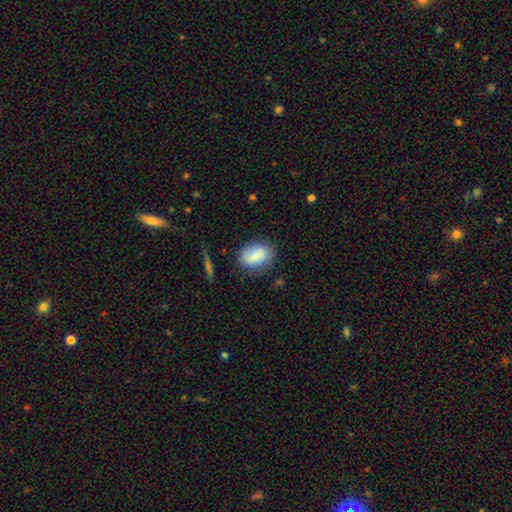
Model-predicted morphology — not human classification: Q: Smooth or featured?
A: smooth (77%); runner-up: featured or disk (15%)
Q: How rounded?
A: in between (78%); runner-up: round (20%)
Q: Merging?
A: none (74%); runner-up: minor disturbance (17%)